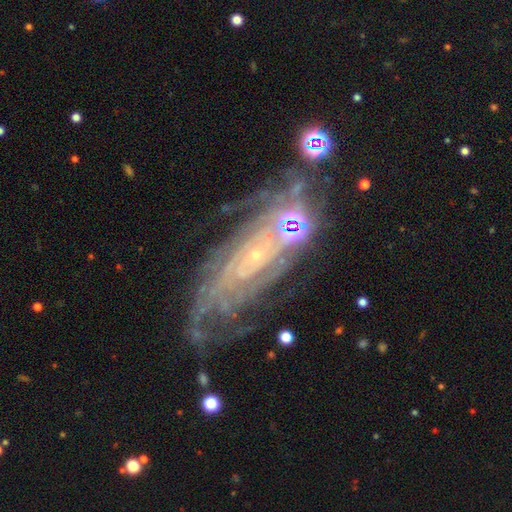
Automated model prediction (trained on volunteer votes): Overall: featured or disk (87%). Edge-on disk: no (94%). Bar: no (70%). Spiral arms: yes (97%). Spiral arm count: can't tell (30%; 4 18%). Spiral winding: tight (71%). Bulge size: small (85%). Merging: none (61%).